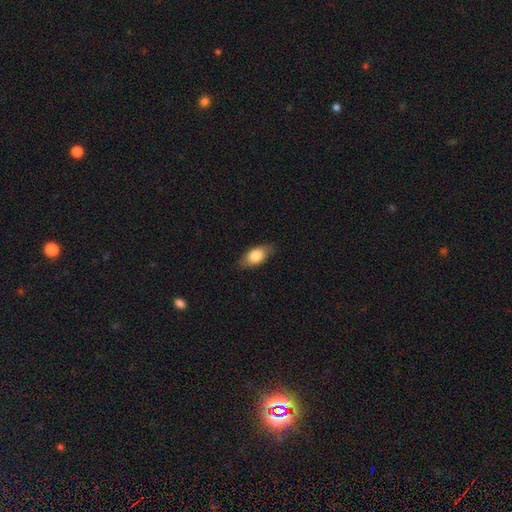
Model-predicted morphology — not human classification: Q: Smooth or featured?
A: smooth (79%); runner-up: featured or disk (15%)
Q: How rounded?
A: in between (88%); runner-up: cigar-shaped (7%)
Q: Merging?
A: none (83%); runner-up: minor disturbance (13%)